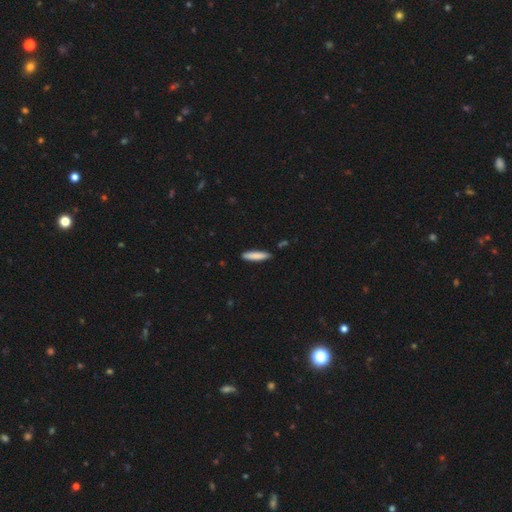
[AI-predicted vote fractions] This appears to be a smooth galaxy with no disk features (83%) that is cigar-shaped (86%). Merging: none (87%).